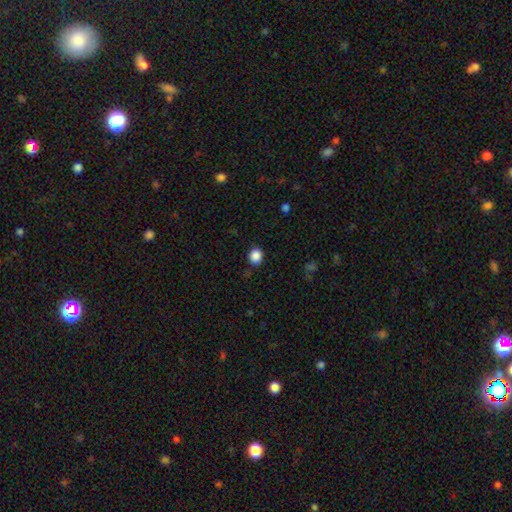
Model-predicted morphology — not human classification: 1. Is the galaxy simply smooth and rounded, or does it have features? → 87% smooth, 10% star or artifact, 3% featured or disk.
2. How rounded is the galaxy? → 74% round, 26% in between, 1% cigar-shaped.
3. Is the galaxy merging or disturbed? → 87% none, 9% minor disturbance, 3% major disturbance, 1% merger.